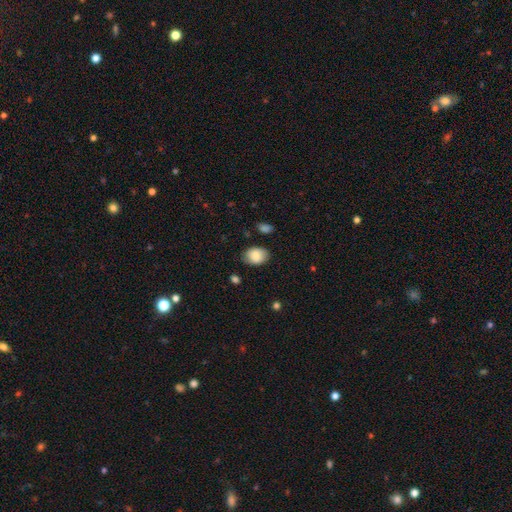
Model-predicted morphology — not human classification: Smooth or featured: smooth — 83% (featured or disk — 10%)
How rounded: in between — 80% (round — 19%)
Merging: none — 77% (minor disturbance — 17%)